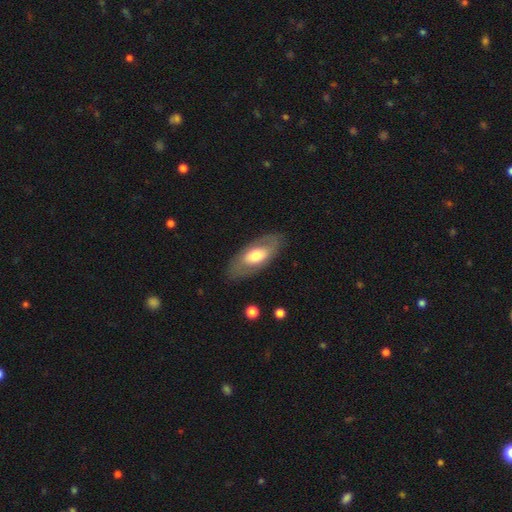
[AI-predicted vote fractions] The model was most divided on "smooth or featured": smooth: 49%, featured or disk: 46%, star or artifact: 6%. More confident: merging — none (82%).